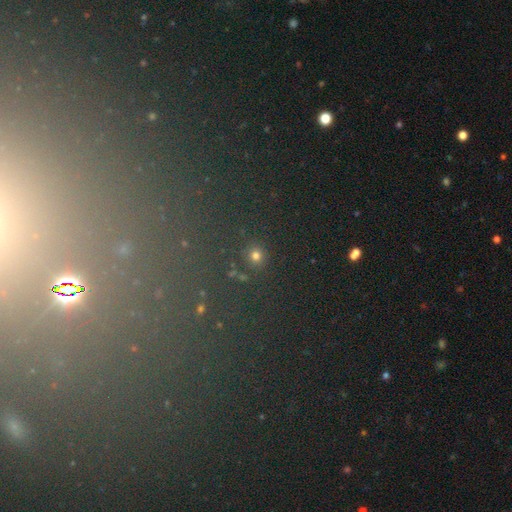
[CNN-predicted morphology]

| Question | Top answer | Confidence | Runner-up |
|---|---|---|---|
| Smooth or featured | smooth | 70% | star or artifact (23%) |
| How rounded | round | 89% | in between (10%) |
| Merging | none | 84% | minor disturbance (8%) |